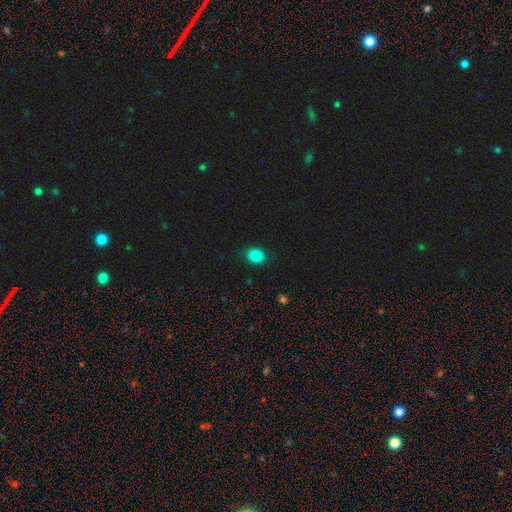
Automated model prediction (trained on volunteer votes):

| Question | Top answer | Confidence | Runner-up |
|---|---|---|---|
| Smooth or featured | smooth | 85% | star or artifact (11%) |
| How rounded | round | 54% | in between (45%) |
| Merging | none | 86% | minor disturbance (11%) |